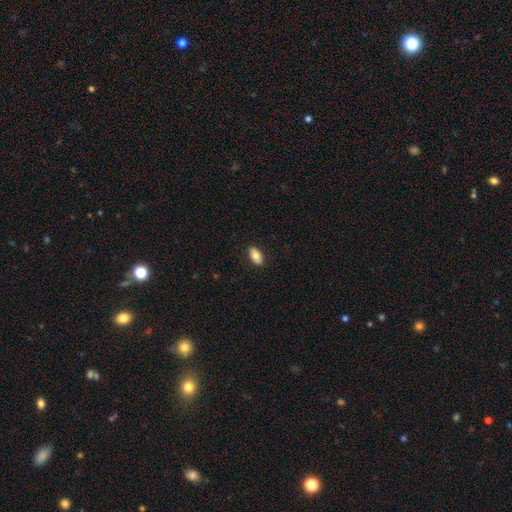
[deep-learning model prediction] The model was most divided on "smooth or featured": smooth: 80%, featured or disk: 13%, star or artifact: 7%. More confident: how rounded — in between (91%); merging — none (88%).